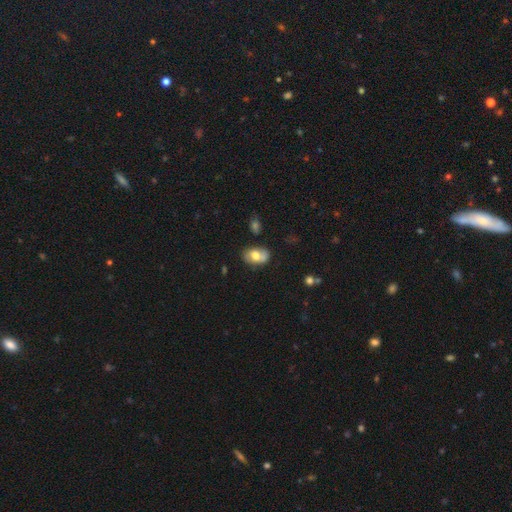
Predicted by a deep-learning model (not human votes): Smooth or featured?
  - smooth: 67% *
  - featured or disk: 25%
  - star or artifact: 8%
How rounded?
  - in between: 83% *
  - round: 16%
  - cigar-shaped: 1%
Merging?
  - none: 65% *
  - minor disturbance: 21%
  - merger: 9%
  - major disturbance: 5%